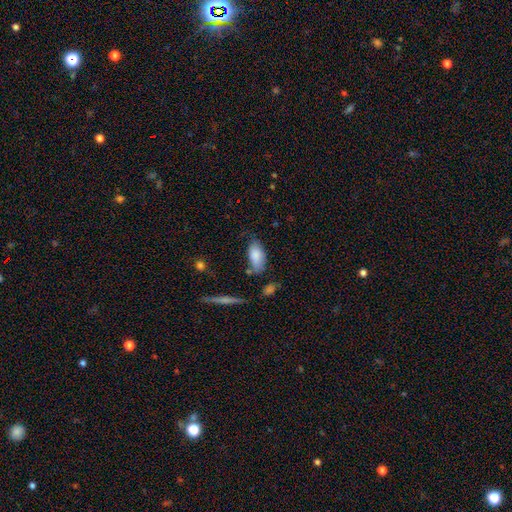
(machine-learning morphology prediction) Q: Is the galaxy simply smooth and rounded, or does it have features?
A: smooth — 83%.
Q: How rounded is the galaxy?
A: in between — 91%.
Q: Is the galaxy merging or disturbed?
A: none — 58%.